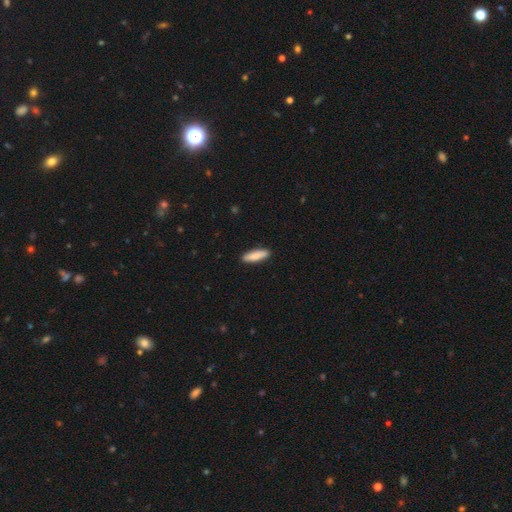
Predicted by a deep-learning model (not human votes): smooth 86%, featured or disk 9%, star or artifact 5%. Down the decision tree: how rounded — cigar-shaped (64%); merging — none (90%).